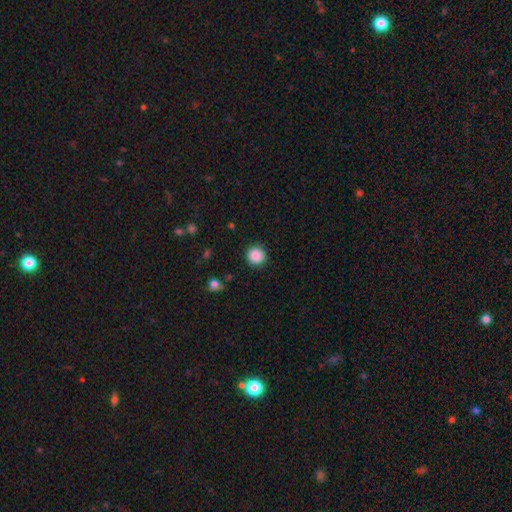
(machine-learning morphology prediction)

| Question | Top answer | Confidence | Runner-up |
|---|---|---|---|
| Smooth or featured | smooth | 88% | star or artifact (9%) |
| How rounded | round | 94% | in between (5%) |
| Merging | none | 90% | minor disturbance (7%) |